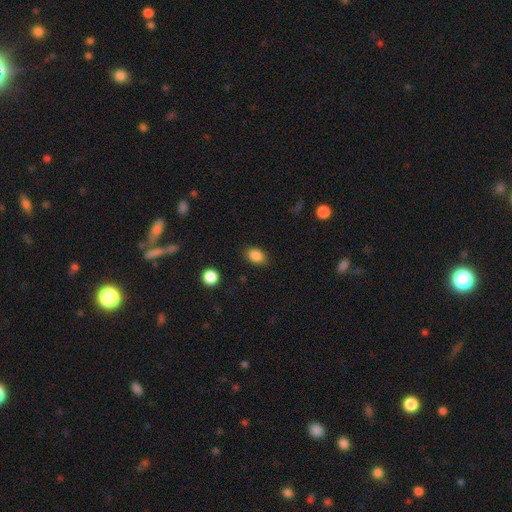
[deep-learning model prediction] This is clearly a smooth galaxy (87%). How rounded: likely in between (77%). Merging: clearly none (85%).